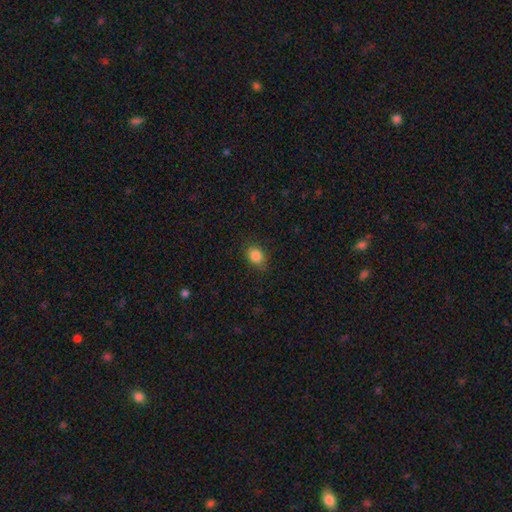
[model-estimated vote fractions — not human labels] Smooth or featured? smooth (85%)
How rounded? in between (54%)
Merging? none (79%)